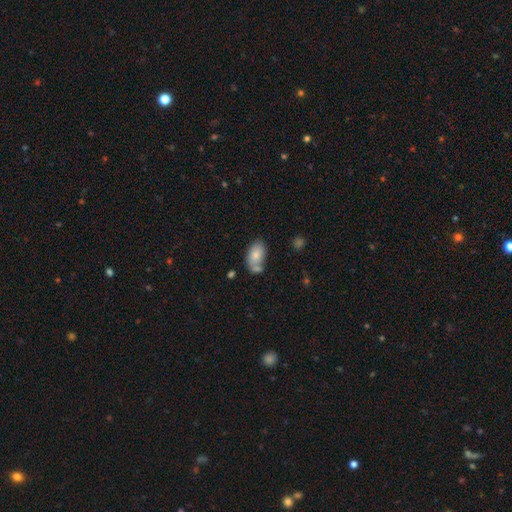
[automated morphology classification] Overall: smooth (77%). How rounded: in between (91%). Merging: none (51%; merger 25%).